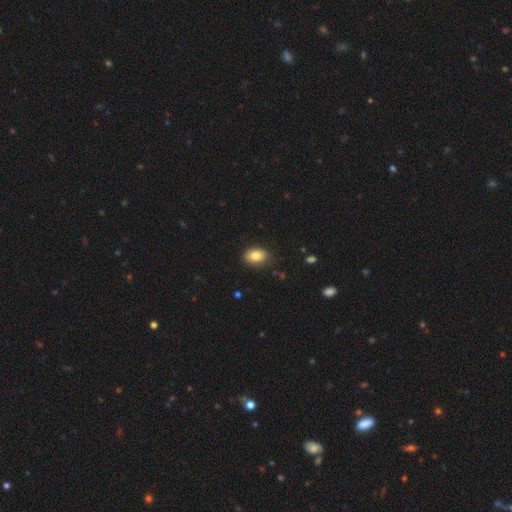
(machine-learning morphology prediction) smooth_or_featured: smooth (p=0.84) [alt: star or artifact p=0.08]
how_rounded: in between (p=0.85) [alt: round p=0.14]
merging: none (p=0.85) [alt: minor disturbance p=0.12]